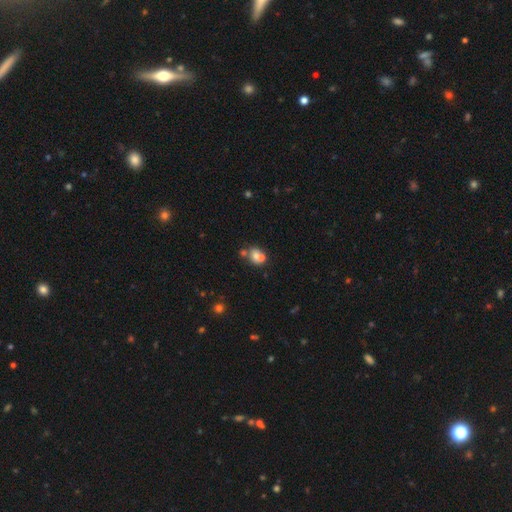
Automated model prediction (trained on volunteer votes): smooth 64%, featured or disk 22%, star or artifact 14%. Down the decision tree: how rounded — round (62%); merging — merger (49%).